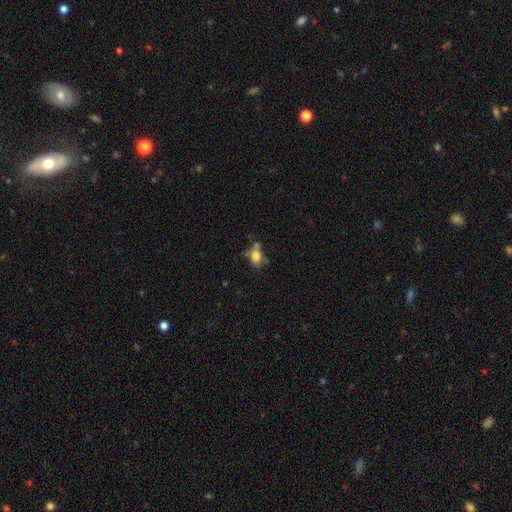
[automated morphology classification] A smooth galaxy with no disk features (73%) that is in between round and cigar-shaped (76%).

Vote fractions:
- Smooth or featured? smooth: 73% / featured or disk: 16% / star or artifact: 11%
- How rounded? in between: 76% / round: 20% / cigar-shaped: 3%
- Merging? none: 42% / minor disturbance: 26% / merger: 19% / major disturbance: 14%